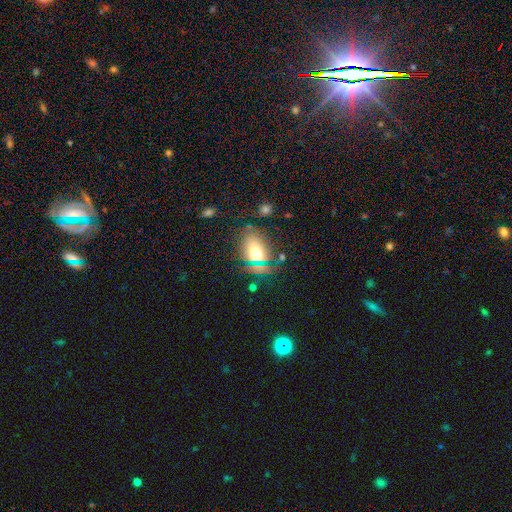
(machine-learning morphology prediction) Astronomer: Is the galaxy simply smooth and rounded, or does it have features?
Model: smooth — 65%.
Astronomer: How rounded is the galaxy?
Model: in between — 72%.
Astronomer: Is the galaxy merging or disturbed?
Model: none — 69%.